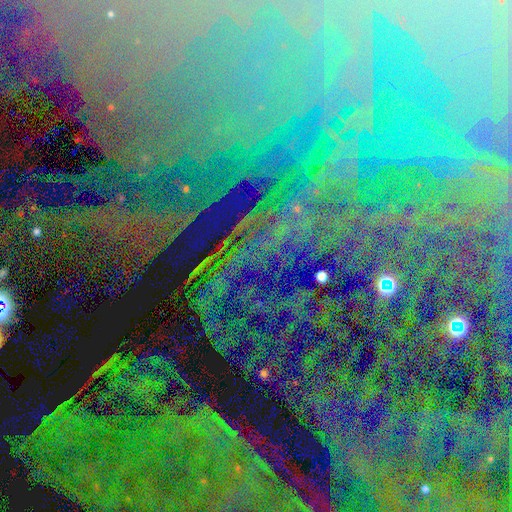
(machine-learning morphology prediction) Smooth or featured? star or artifact (87%)